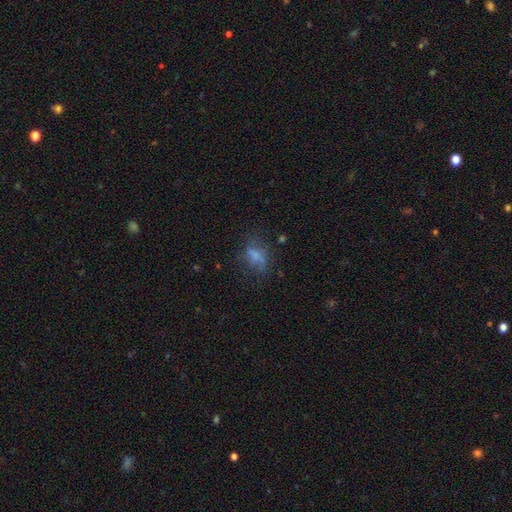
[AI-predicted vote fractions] This appears to be a smooth galaxy with no disk features (56%) that is in between round and cigar-shaped (75%). Merging: none (47%).